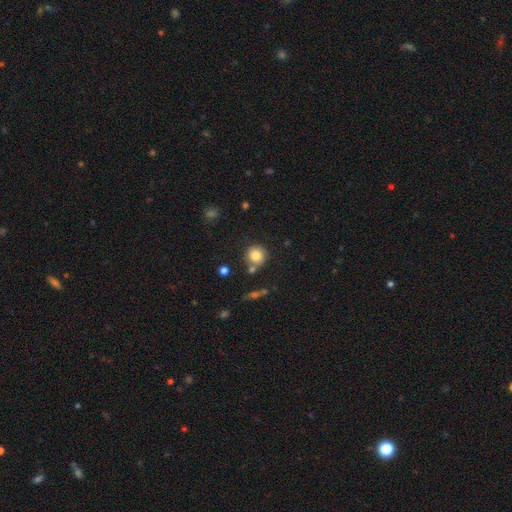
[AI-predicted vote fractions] A smooth galaxy with no disk features (83%) that is round (91%).

Vote fractions:
- Smooth or featured? smooth: 83% / star or artifact: 10% / featured or disk: 8%
- How rounded? round: 91% / in between: 8% / cigar-shaped: 1%
- Merging? none: 72% / merger: 12% / minor disturbance: 12% / major disturbance: 4%